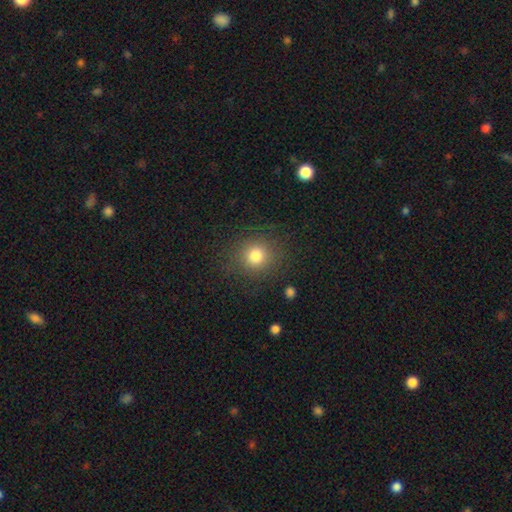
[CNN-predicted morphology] smooth-or-featured: smooth: 79% | star or artifact: 13% | featured or disk: 7%
  how-rounded: round: 87% | in between: 12% | cigar-shaped: 1%
  merging: none: 86% | minor disturbance: 9% | major disturbance: 4% | merger: 2%